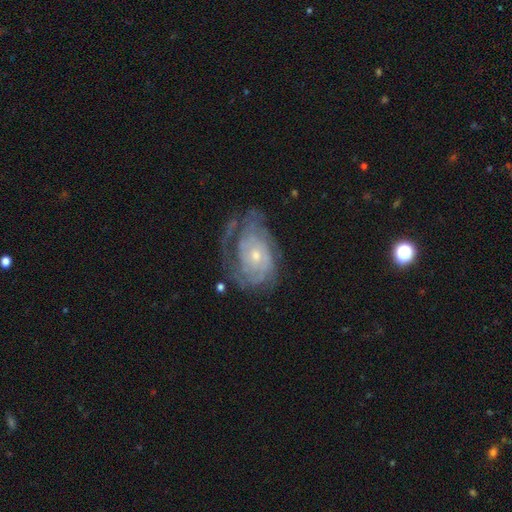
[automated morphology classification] Smooth or featured?
  - featured or disk: 85% *
  - smooth: 10%
  - star or artifact: 6%
Edge-on disk?
  - no: 97% *
  - yes: 3%
Bar?
  - no: 75% *
  - weak: 21%
  - strong: 4%
Spiral arms?
  - yes: 93% *
  - no: 7%
Spiral winding?
  - tight: 66% *
  - medium: 26%
  - loose: 8%
Spiral arm count?
  - can't tell: 39% *
  - 2: 23%
  - 3: 17%
  - 4: 9%
  - 1: 7%
  - more than 4: 5%
Bulge size?
  - small: 58% *
  - moderate: 38%
  - large: 2%
  - none: 1%
  - dominant: 1%
Merging?
  - none: 54% *
  - minor disturbance: 23%
  - major disturbance: 21%
  - merger: 2%